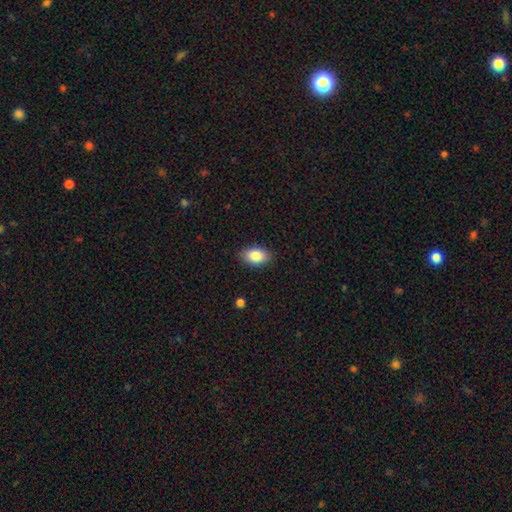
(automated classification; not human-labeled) Q: Smooth or featured?
A: smooth (86%); runner-up: star or artifact (7%)
Q: How rounded?
A: in between (89%); runner-up: round (10%)
Q: Merging?
A: none (86%); runner-up: minor disturbance (11%)